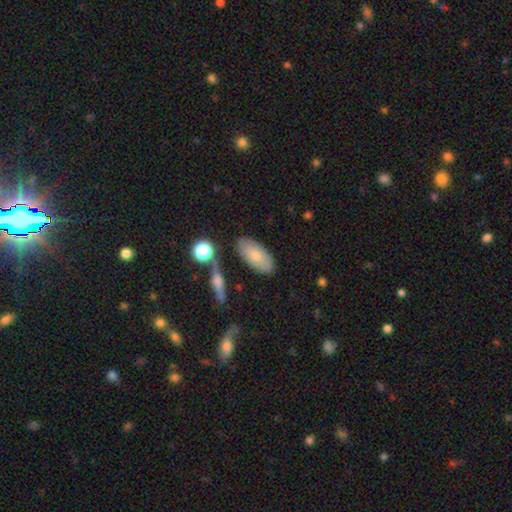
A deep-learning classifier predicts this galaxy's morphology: The model was most divided on "smooth or featured": smooth: 72%, featured or disk: 20%, star or artifact: 7%. More confident: how rounded — in between (90%); merging — none (79%).